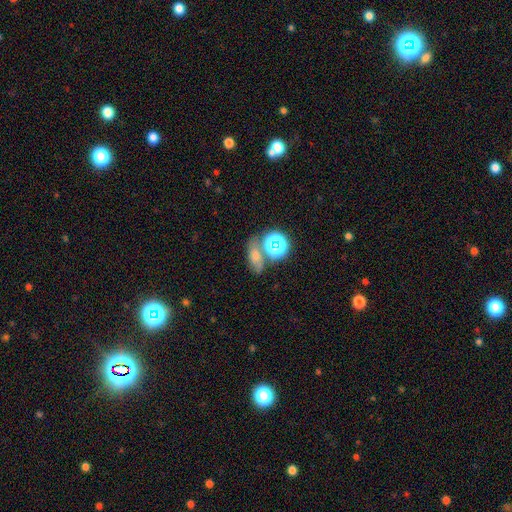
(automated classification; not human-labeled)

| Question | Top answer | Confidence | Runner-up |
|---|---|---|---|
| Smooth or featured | smooth | 41% | star or artifact (40%) |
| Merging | none | 62% | merger (18%) |